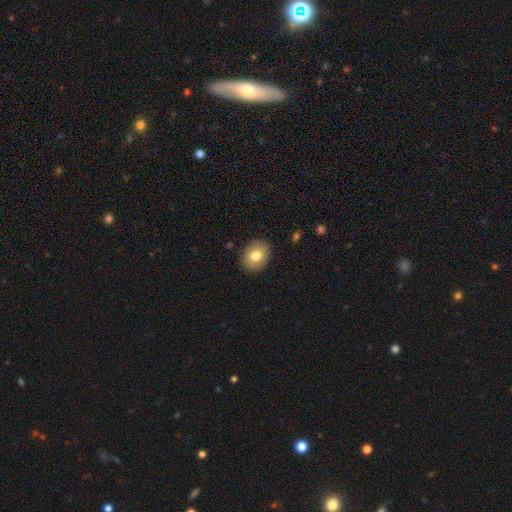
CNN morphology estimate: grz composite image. It shows a smooth galaxy with no disk features (80%) that is in between round and cigar-shaped (52%). Merging: none (88%).